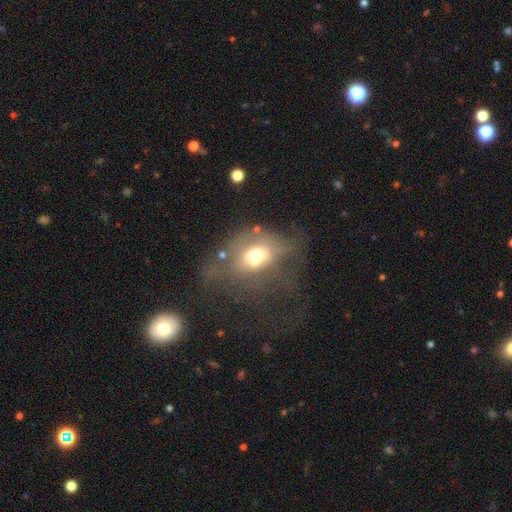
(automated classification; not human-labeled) Smooth or featured? smooth (53%)
How rounded? in between (51%)
Merging? major disturbance (40%)